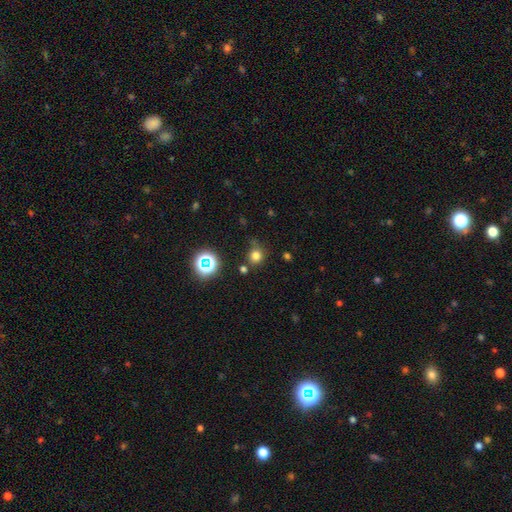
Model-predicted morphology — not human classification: A smooth galaxy with no disk features (74%) that is round (87%).

Vote fractions:
- Smooth or featured? smooth: 74% / star or artifact: 20% / featured or disk: 6%
- How rounded? round: 87% / in between: 12% / cigar-shaped: 1%
- Merging? none: 74% / minor disturbance: 14% / merger: 7% / major disturbance: 4%